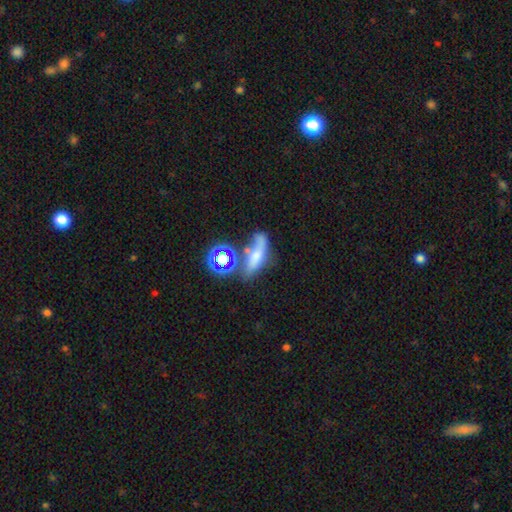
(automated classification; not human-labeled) This is possibly a smooth galaxy (52%). How rounded: possibly in between (55%). Merging: marginally none (38%).